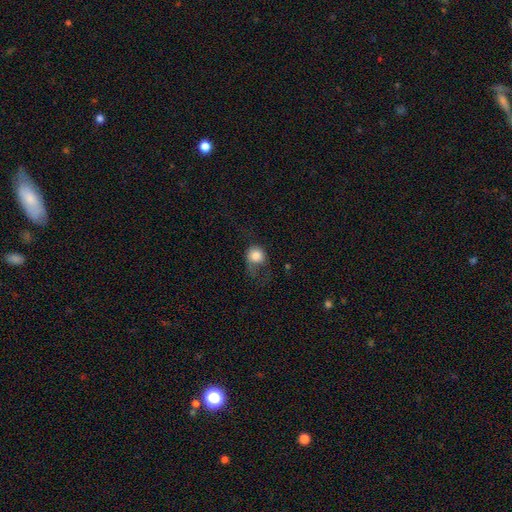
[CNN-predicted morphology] smooth 78%, featured or disk 14%, star or artifact 9%. Down the decision tree: how rounded — round (79%); merging — major disturbance (37%).